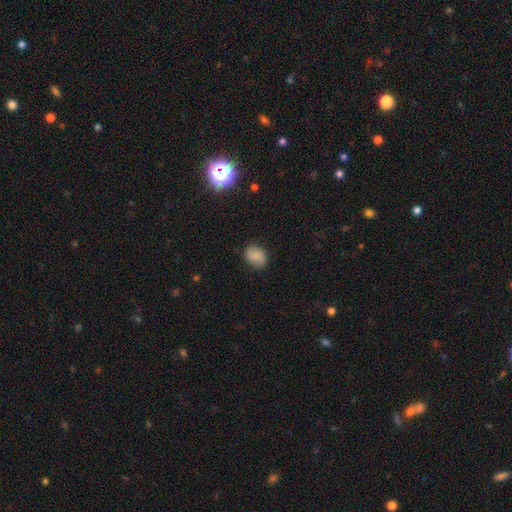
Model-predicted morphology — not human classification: A smooth galaxy with no disk features (68%) that is in between round and cigar-shaped (57%).

Vote fractions:
- Smooth or featured? smooth: 68% / featured or disk: 22% / star or artifact: 10%
- How rounded? in between: 57% / round: 42% / cigar-shaped: 1%
- Merging? none: 78% / minor disturbance: 16% / major disturbance: 4% / merger: 1%